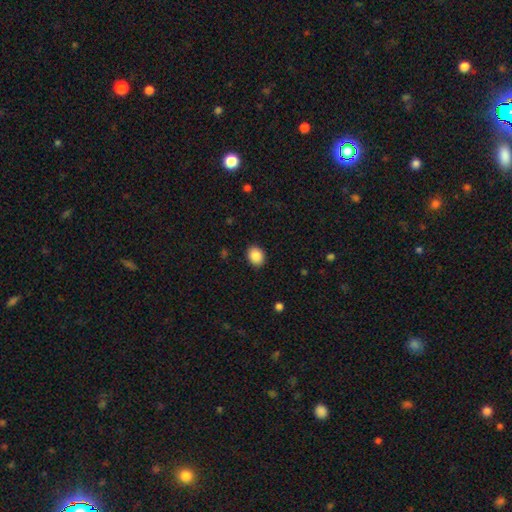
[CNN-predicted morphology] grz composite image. It shows a smooth galaxy with no disk features (88%) that is in between round and cigar-shaped (54%). Merging: none (89%).